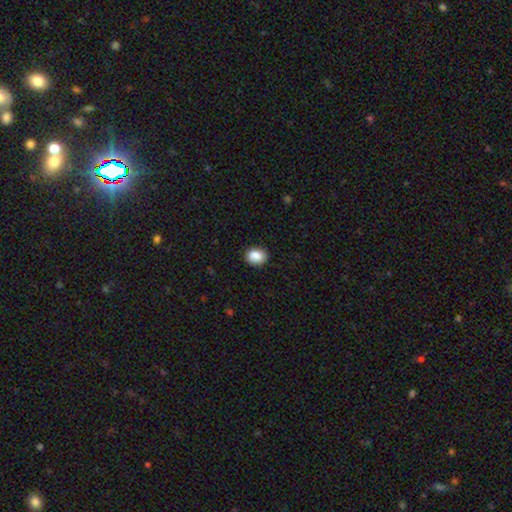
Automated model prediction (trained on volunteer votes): smooth 89%, star or artifact 8%, featured or disk 3%. Down the decision tree: how rounded — in between (55%); merging — none (87%).